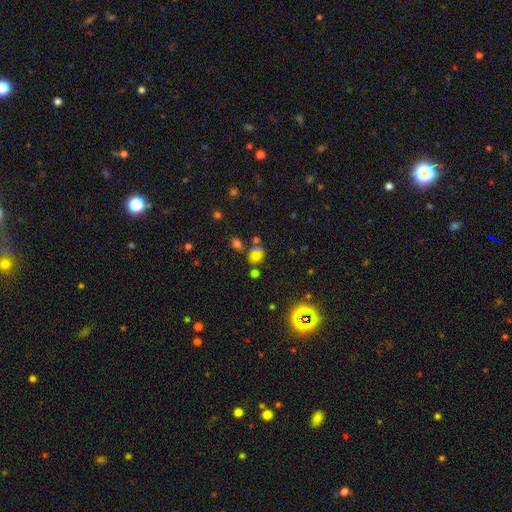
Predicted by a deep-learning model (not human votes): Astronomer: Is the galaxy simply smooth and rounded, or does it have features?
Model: smooth — 53% (runner-up: star or artifact, 33%).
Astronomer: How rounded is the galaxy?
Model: round — 64%.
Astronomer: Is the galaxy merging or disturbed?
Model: none — 62%.